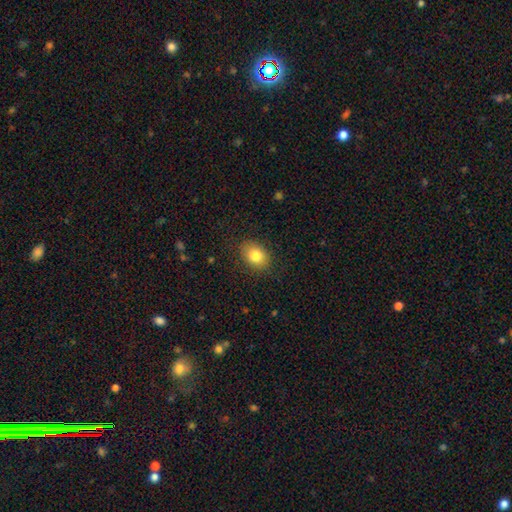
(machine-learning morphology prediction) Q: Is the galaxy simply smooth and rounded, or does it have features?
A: smooth — 83%.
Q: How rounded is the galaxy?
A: in between — 66%.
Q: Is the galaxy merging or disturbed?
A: none — 87%.